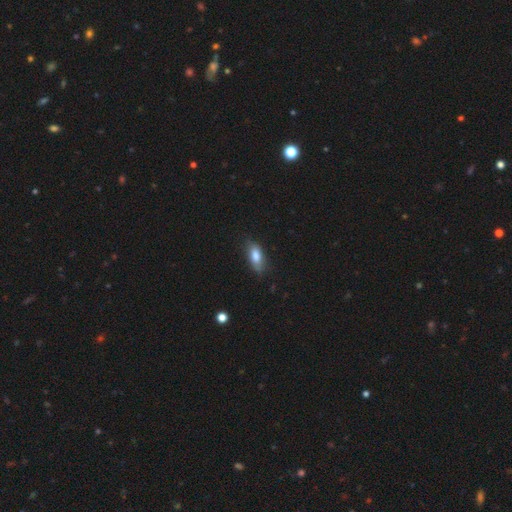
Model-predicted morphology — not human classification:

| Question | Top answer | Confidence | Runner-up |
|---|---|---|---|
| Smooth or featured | smooth | 81% | featured or disk (12%) |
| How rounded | in between | 81% | cigar-shaped (16%) |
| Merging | none | 75% | minor disturbance (20%) |